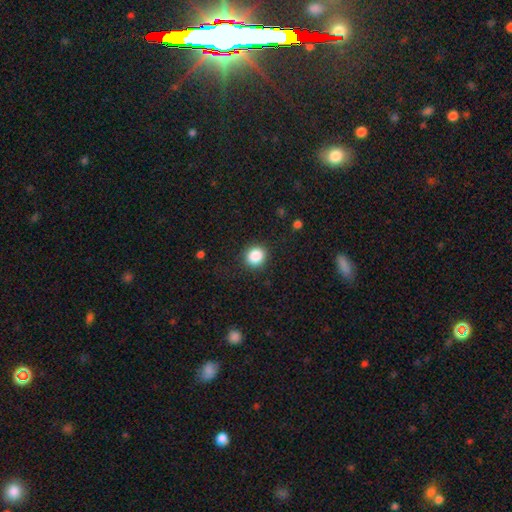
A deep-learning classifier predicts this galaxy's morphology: smooth-or-featured: smooth: 87% | star or artifact: 10% | featured or disk: 4%
  how-rounded: round: 86% | in between: 13% | cigar-shaped: 1%
  merging: none: 89% | minor disturbance: 7% | major disturbance: 3% | merger: 1%